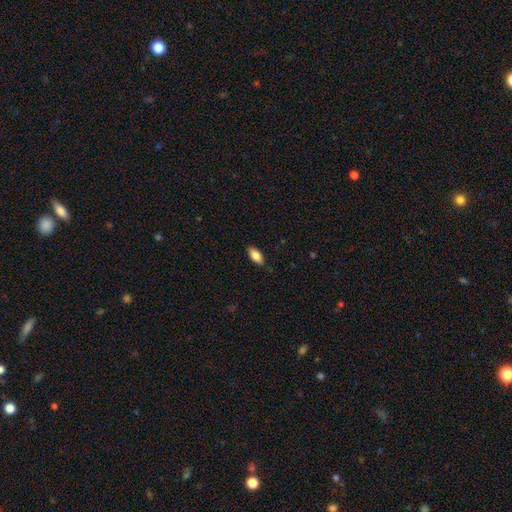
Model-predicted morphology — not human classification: This is clearly a smooth galaxy (84%). How rounded: clearly in between (87%). Merging: clearly none (85%).